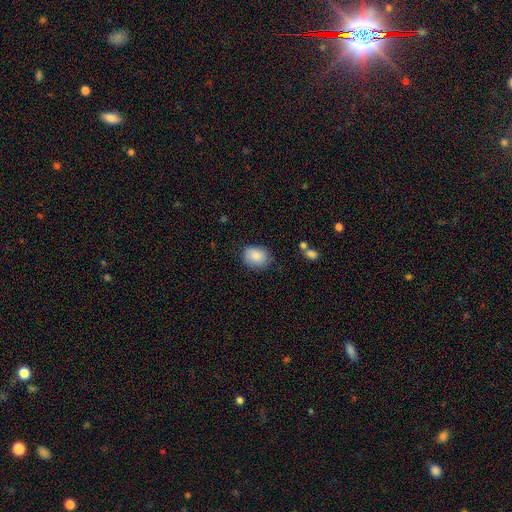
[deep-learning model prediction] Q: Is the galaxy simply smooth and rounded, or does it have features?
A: smooth — 86%.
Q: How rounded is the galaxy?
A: round — 50%.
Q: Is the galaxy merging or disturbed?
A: none — 78%.